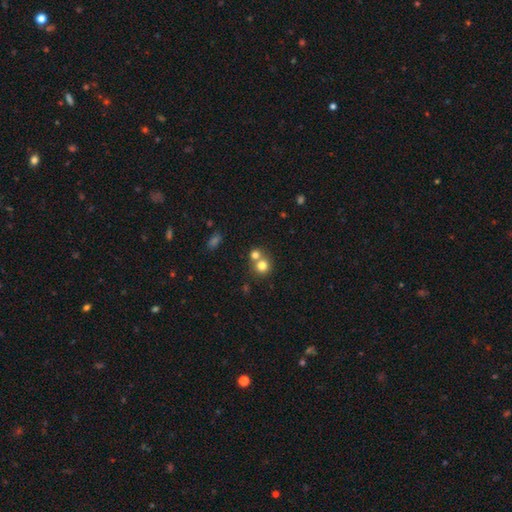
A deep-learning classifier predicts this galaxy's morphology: Smooth or featured? smooth (76%)
How rounded? round (85%)
Merging? merger (46%)